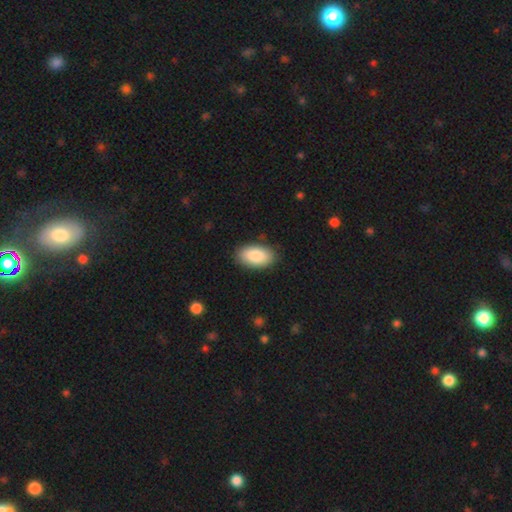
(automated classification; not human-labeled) A smooth galaxy with no disk features (87%) that is in between round and cigar-shaped (95%). Merging: none (87%).